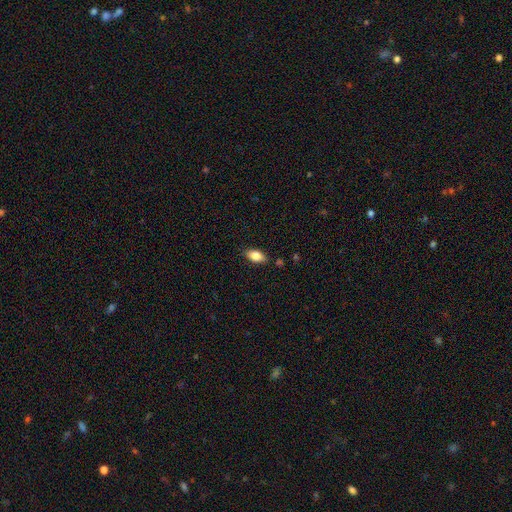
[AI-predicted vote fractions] Morphology: type=smooth (81%); roundness=in between (89%); merging=none (84%).